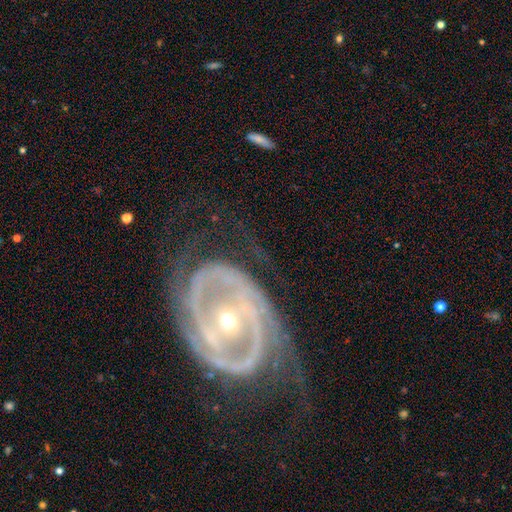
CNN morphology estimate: A featured or disk galaxy (88%) with a strong bar (36%, tied with no), 2 (62%) tight (54%) spiral arms (86%) and a small central bulge (57%). Merging: none (57%).